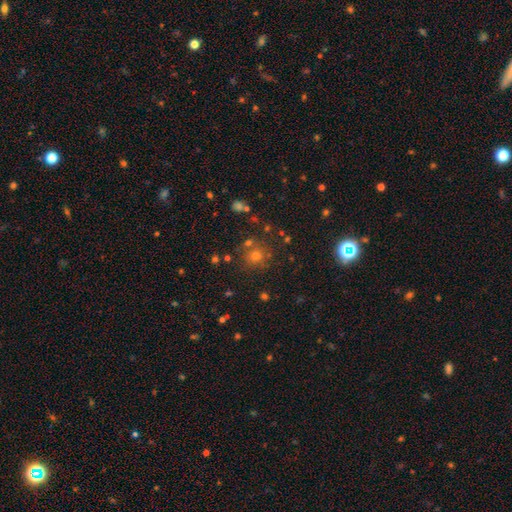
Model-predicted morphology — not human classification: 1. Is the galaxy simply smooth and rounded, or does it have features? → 59% smooth, 32% star or artifact, 9% featured or disk.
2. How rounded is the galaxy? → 90% round, 9% in between, 1% cigar-shaped.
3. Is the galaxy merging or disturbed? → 79% none, 9% minor disturbance, 8% merger, 4% major disturbance.